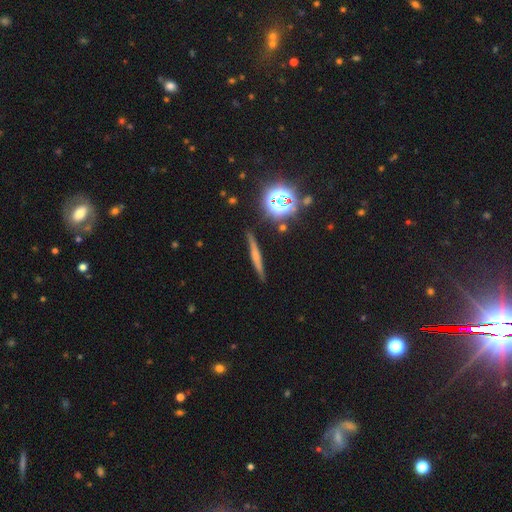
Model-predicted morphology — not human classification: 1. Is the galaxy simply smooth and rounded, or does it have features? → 44% smooth, 41% featured or disk, 15% star or artifact.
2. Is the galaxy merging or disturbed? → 87% none, 9% minor disturbance, 2% major disturbance, 2% merger.